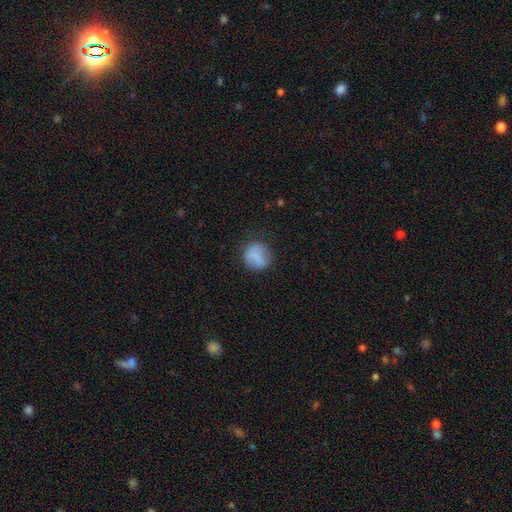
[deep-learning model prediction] smooth_or_featured: smooth (p=0.79) [alt: featured or disk p=0.13]
how_rounded: round (p=0.82) [alt: in between p=0.17]
merging: none (p=0.72) [alt: minor disturbance p=0.19]